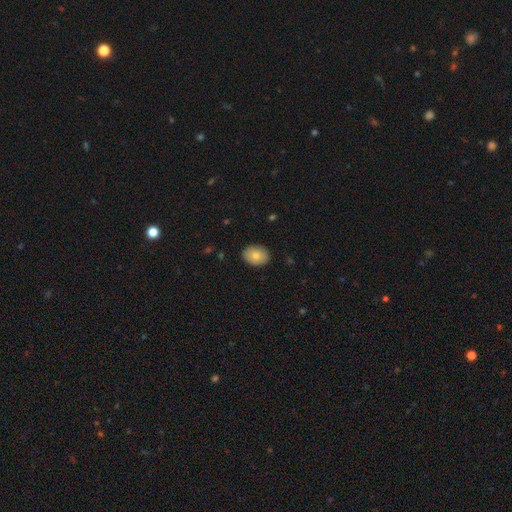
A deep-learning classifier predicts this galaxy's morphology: smooth-or-featured: smooth: 82% | featured or disk: 11% | star or artifact: 7%
  how-rounded: in between: 72% | round: 27% | cigar-shaped: 1%
  merging: none: 89% | minor disturbance: 9% | major disturbance: 2% | merger: 1%